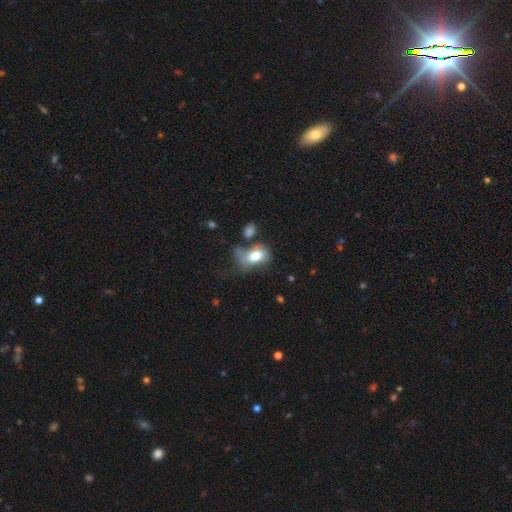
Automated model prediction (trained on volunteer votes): Morphology: type=smooth (71%); roundness=in between (81%); merging=major disturbance (35%).